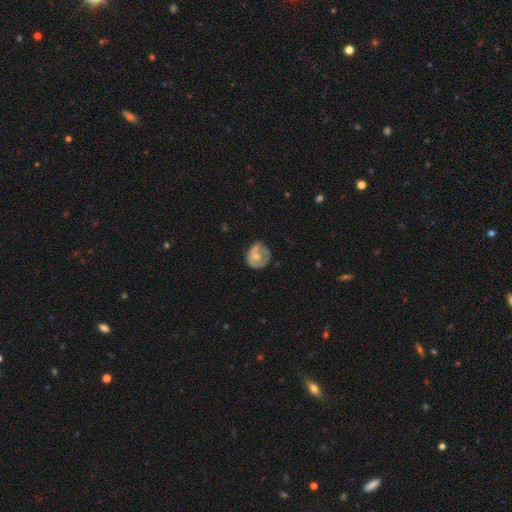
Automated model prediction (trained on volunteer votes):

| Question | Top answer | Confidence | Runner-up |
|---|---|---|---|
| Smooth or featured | smooth | 55% | featured or disk (38%) |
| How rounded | round | 73% | in between (26%) |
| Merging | none | 46% | minor disturbance (33%) |